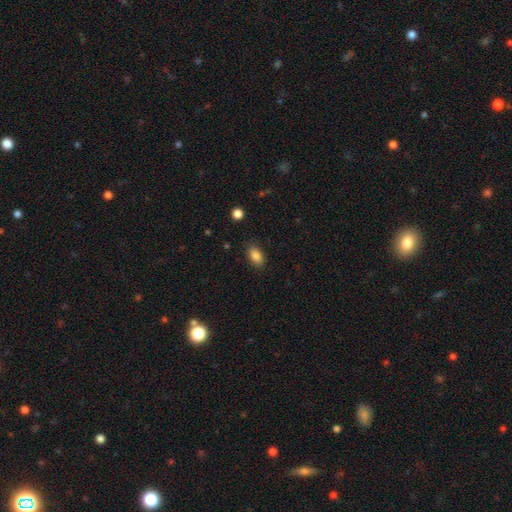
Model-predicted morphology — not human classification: Overall: smooth (86%). How rounded: in between (87%). Merging: none (85%).